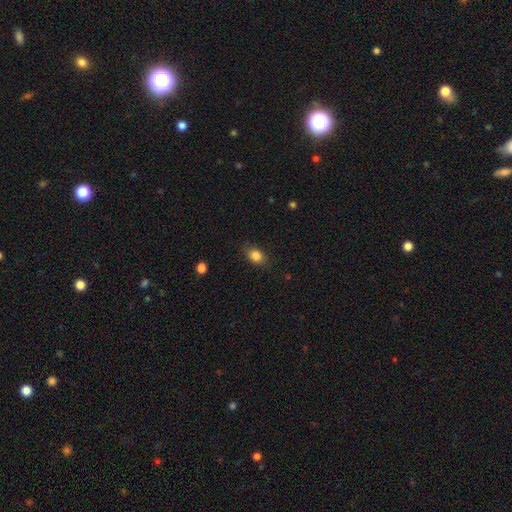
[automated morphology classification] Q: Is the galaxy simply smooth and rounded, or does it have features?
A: smooth — 84%.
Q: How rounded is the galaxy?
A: in between — 71%.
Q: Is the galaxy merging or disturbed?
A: none — 82%.